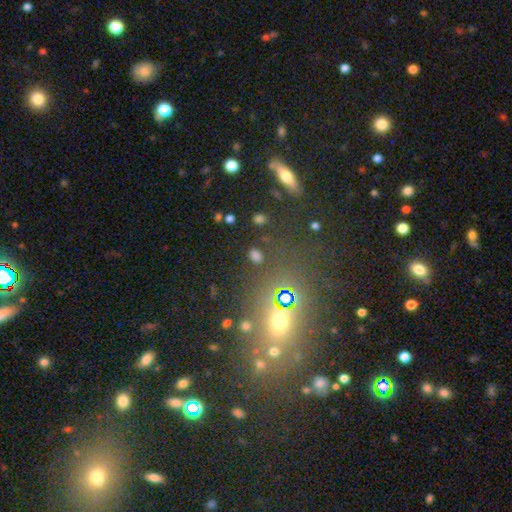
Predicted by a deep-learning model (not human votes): This appears to be a smooth galaxy with no disk features (66%) that is in between round and cigar-shaped (56%). Merging: none (81%).